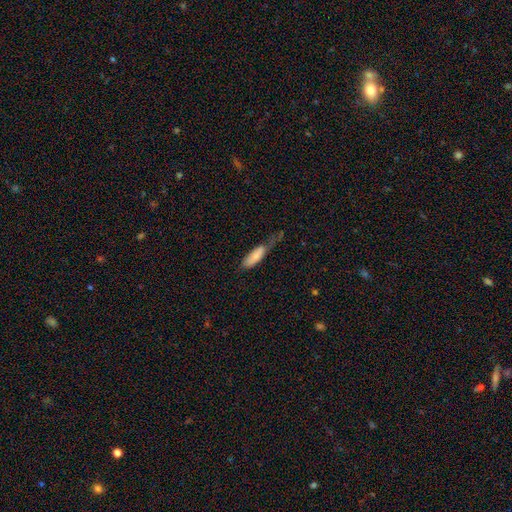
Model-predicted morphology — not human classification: smooth_or_featured: smooth (p=0.79) [alt: featured or disk p=0.15]
how_rounded: in between (p=0.53) [alt: cigar-shaped p=0.46]
merging: minor disturbance (p=0.37) [alt: none p=0.30]